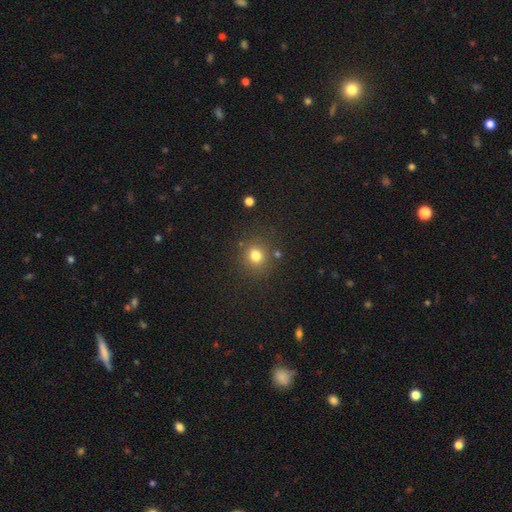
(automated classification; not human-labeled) smooth 78%, star or artifact 15%, featured or disk 7%. Down the decision tree: how rounded — round (82%); merging — none (81%).